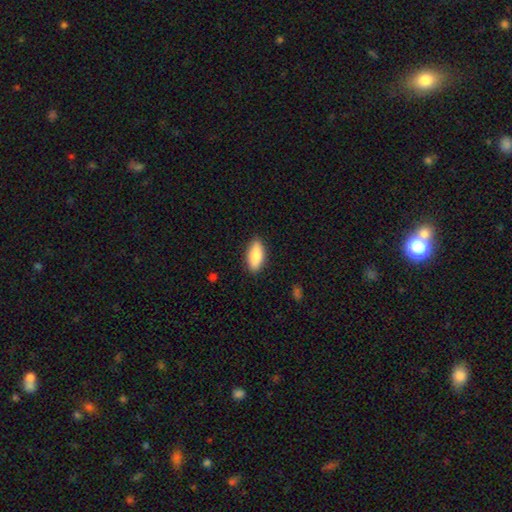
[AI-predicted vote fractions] The model was most divided on "how rounded": in between: 82%, cigar-shaped: 15%, round: 2%. More confident: merging — none (88%); smooth or featured — smooth (87%).